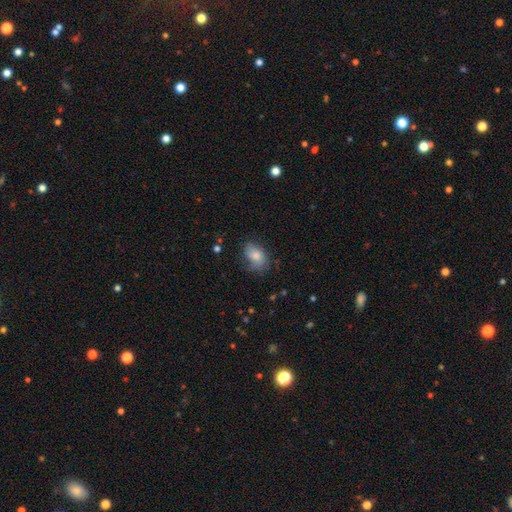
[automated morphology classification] A smooth galaxy with no disk features (72%) that is in between round and cigar-shaped (85%). Merging: none (55%).